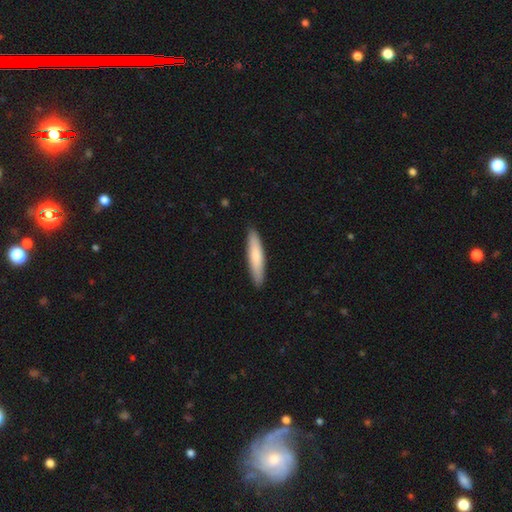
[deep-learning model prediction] Smooth or featured? smooth (76%)
How rounded? cigar-shaped (87%)
Merging? none (90%)